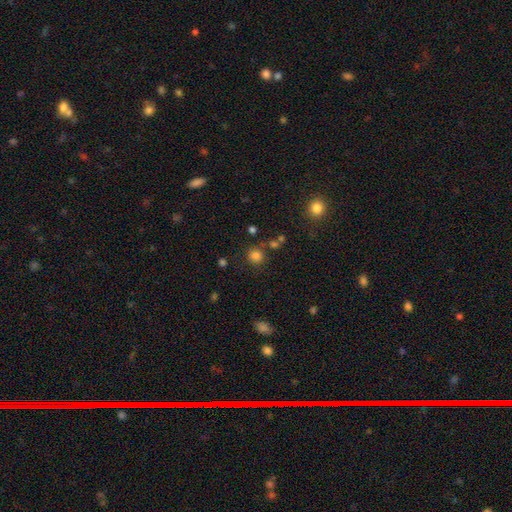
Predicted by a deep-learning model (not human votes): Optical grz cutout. It shows a smooth galaxy with no disk features (79%) that is round (89%). Merging: none (76%).